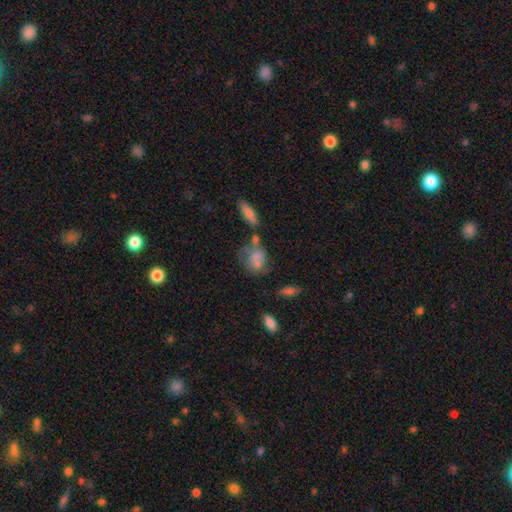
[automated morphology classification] Smooth or featured?
  - smooth: 61% *
  - featured or disk: 26%
  - star or artifact: 13%
How rounded?
  - in between: 58% *
  - round: 38%
  - cigar-shaped: 4%
Merging?
  - none: 36% *
  - merger: 26%
  - minor disturbance: 21%
  - major disturbance: 16%